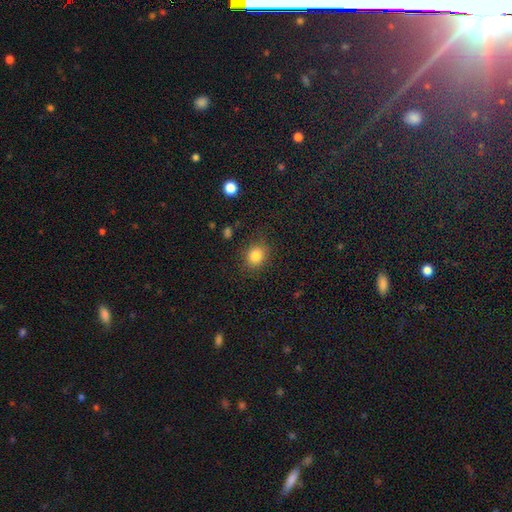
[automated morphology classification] A smooth galaxy with no disk features (83%) that is round (65%).

Vote fractions:
- Smooth or featured? smooth: 83% / star or artifact: 11% / featured or disk: 6%
- How rounded? round: 65% / in between: 34% / cigar-shaped: 1%
- Merging? none: 84% / minor disturbance: 11% / major disturbance: 4% / merger: 2%